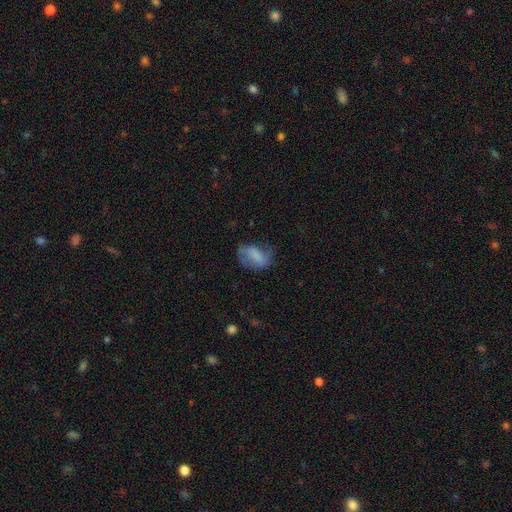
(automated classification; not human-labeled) This is possibly a smooth galaxy (58%). How rounded: clearly in between (84%). Merging: marginally none (45%).